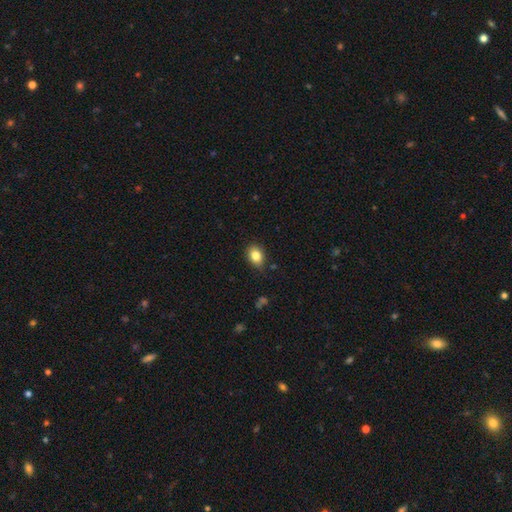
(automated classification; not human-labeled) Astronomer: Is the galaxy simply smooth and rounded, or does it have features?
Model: smooth — 83%.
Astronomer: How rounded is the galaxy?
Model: in between — 70%.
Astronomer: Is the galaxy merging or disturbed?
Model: none — 79%.